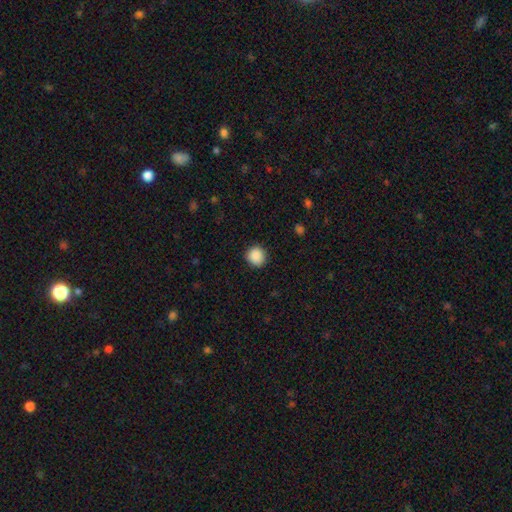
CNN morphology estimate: smooth-or-featured: smooth: 89% | star or artifact: 9% | featured or disk: 2%
  how-rounded: round: 92% | in between: 7% | cigar-shaped: 1%
  merging: none: 90% | minor disturbance: 7% | major disturbance: 2% | merger: 1%